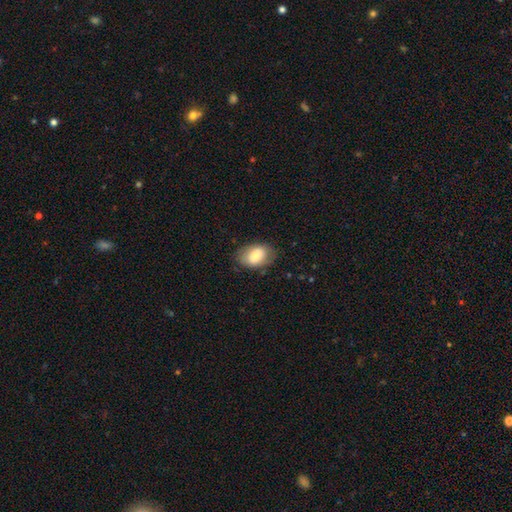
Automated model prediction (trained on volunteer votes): This is likely a smooth galaxy (78%). How rounded: clearly in between (86%). Merging: likely none (76%).